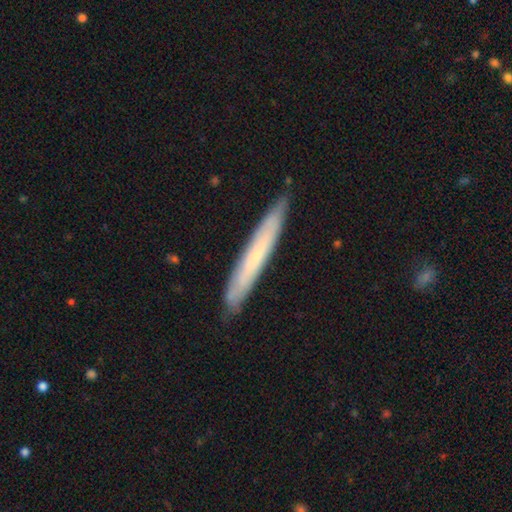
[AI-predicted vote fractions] This is possibly a smooth galaxy (49%). Merging: clearly none (87%).